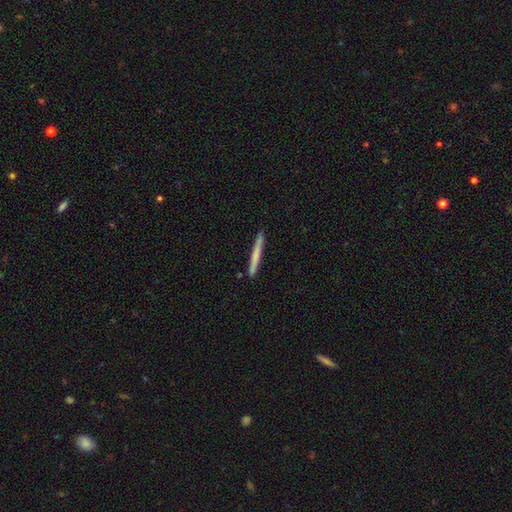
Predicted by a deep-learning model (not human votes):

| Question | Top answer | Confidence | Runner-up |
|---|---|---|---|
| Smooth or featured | smooth | 64% | featured or disk (31%) |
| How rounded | cigar-shaped | 97% | in between (2%) |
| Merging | none | 91% | minor disturbance (7%) |